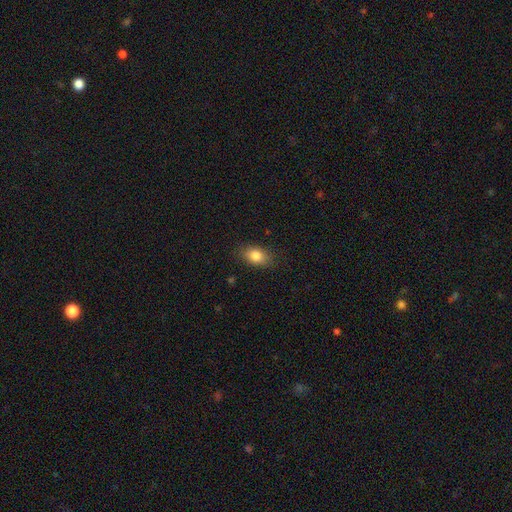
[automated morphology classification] Overall: smooth (83%). How rounded: in between (83%). Merging: none (85%).